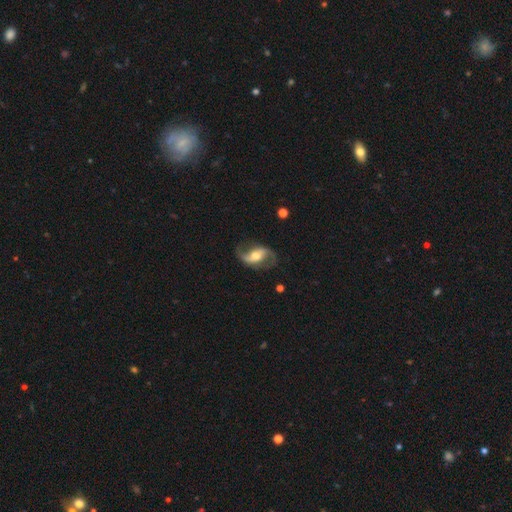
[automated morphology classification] featured or disk 86%, smooth 9%, star or artifact 5%. Down the decision tree: edge-on disk — no (96%); bar — weak (39%); spiral arms — yes (94%); spiral arm count — 2 (92%); spiral winding — loose (63%); bulge size — moderate (65%); merging — none (76%).